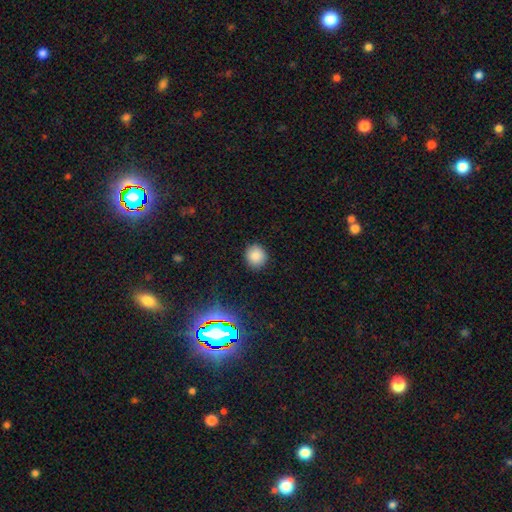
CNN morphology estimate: smooth_or_featured: smooth (p=0.84) [alt: star or artifact p=0.12]
how_rounded: round (p=0.86) [alt: in between p=0.13]
merging: none (p=0.90) [alt: minor disturbance p=0.07]